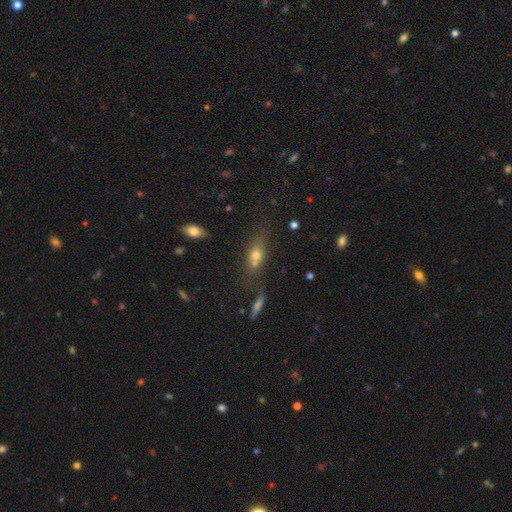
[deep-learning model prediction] Smooth or featured? Predicted: smooth (p=0.61). How rounded? Predicted: in between (p=0.57). Merging? Predicted: none (p=0.45).